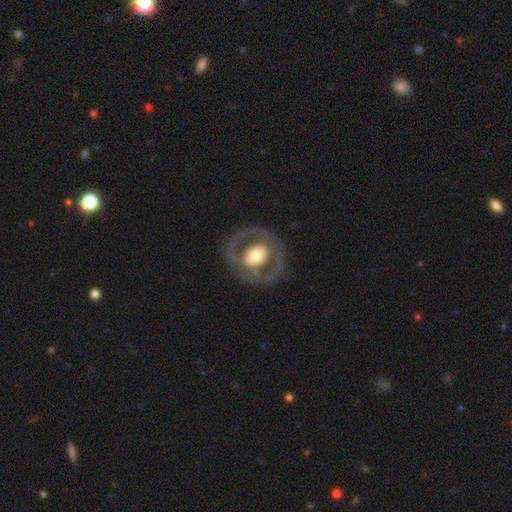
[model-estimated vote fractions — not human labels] featured or disk 63%, smooth 32%, star or artifact 5%. Down the decision tree: edge-on disk — no (95%); bar — no (60%); spiral arms — no (73%); bulge size — moderate (55%); merging — none (77%).